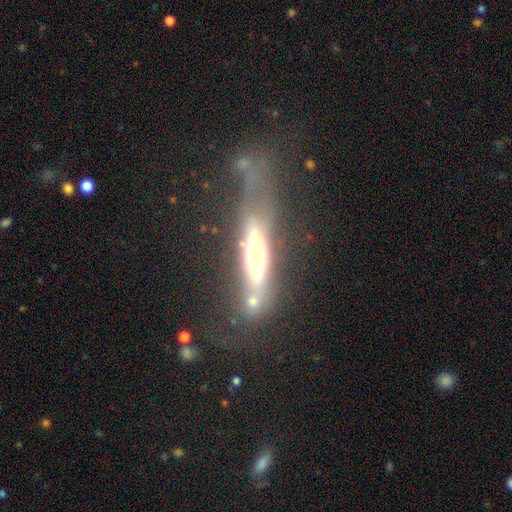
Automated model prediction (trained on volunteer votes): smooth_or_featured: featured or disk (p=0.62) [alt: smooth p=0.28]
disk_edge_on: yes (p=0.74) [alt: no p=0.26]
merging: none (p=0.35) [alt: major disturbance p=0.27]